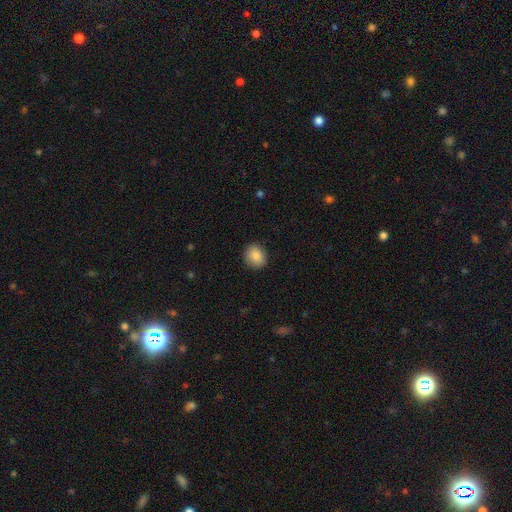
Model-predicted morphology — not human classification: This is clearly a smooth galaxy (85%). How rounded: likely round (68%). Merging: clearly none (86%).